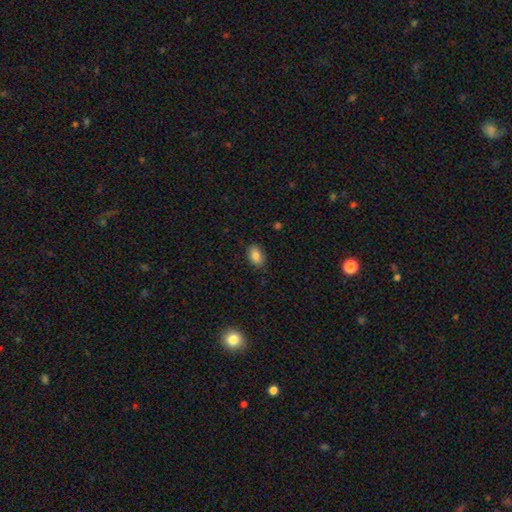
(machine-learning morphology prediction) type=smooth (85%); roundness=in between (86%); merging=none (84%).